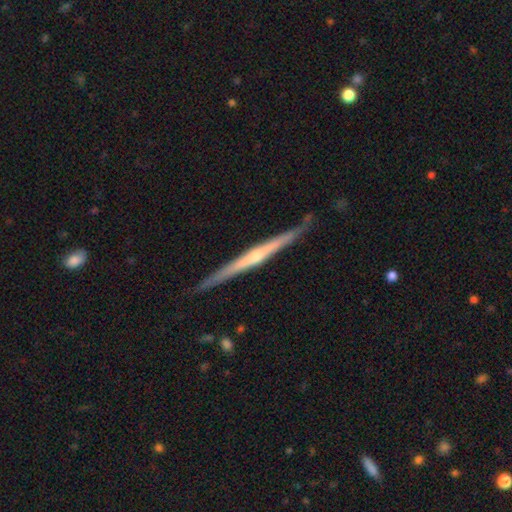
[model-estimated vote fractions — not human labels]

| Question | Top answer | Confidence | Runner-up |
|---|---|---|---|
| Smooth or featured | featured or disk | 82% | smooth (13%) |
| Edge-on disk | yes | 98% | no (2%) |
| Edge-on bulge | rounded | 68% | none (25%) |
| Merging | none | 89% | minor disturbance (9%) |